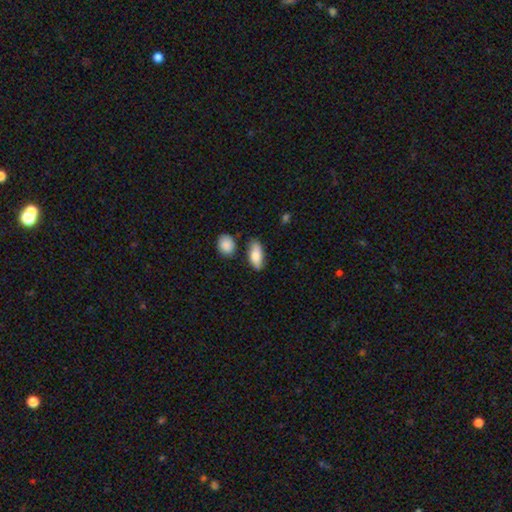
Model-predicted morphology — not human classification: A smooth galaxy with no disk features (81%) that is in between round and cigar-shaped (84%).

Vote fractions:
- Smooth or featured? smooth: 81% / featured or disk: 12% / star or artifact: 6%
- How rounded? in between: 84% / cigar-shaped: 13% / round: 3%
- Merging? none: 73% / minor disturbance: 18% / merger: 5% / major disturbance: 4%